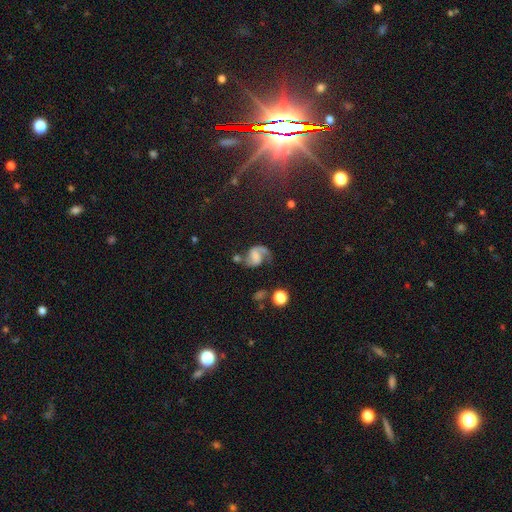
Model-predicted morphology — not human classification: The model was most divided on "bar": no: 45%, weak: 40%, strong: 15%. Remaining: edge-on disk — no (98%); spiral arms — yes (93%); smooth or featured — featured or disk (71%); spiral arm count — 2 (66%); bulge size — none (49%); spiral winding — medium (46%); merging — none (43%).